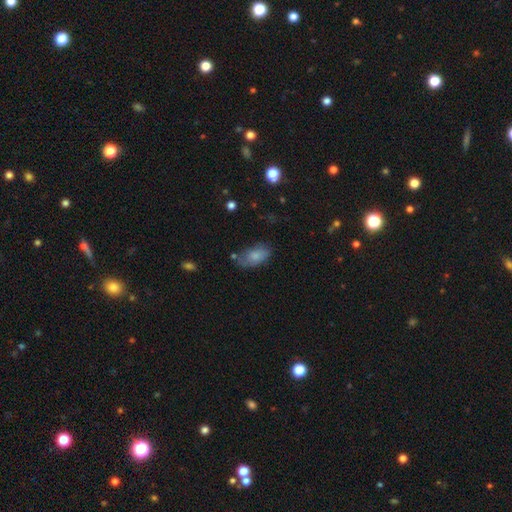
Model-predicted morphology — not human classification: This appears to be a smooth galaxy with no disk features (80%) that is in between round and cigar-shaped (92%). Merging: none (58%).